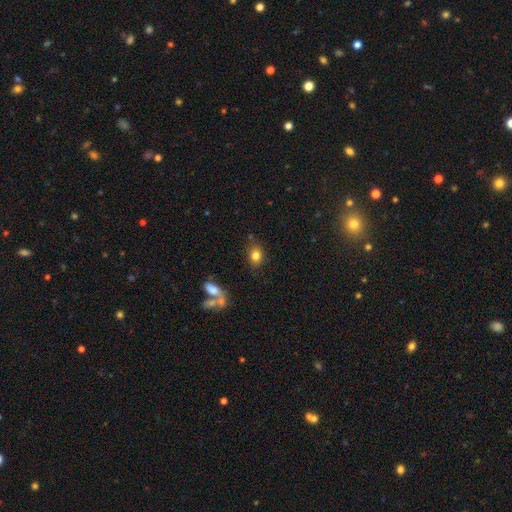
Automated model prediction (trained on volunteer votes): Morphology: type=smooth (80%); roundness=in between (57%); merging=none (77%).